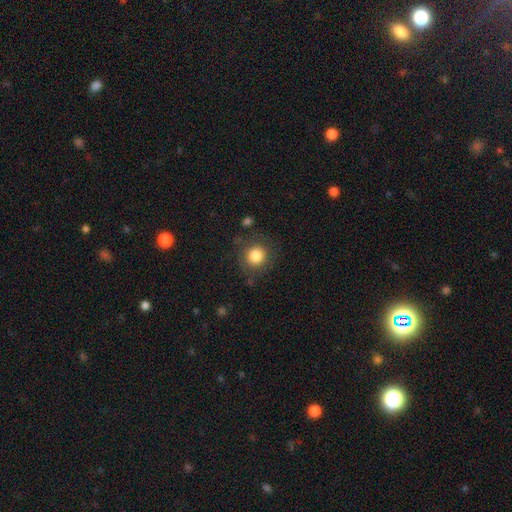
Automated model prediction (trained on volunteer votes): This is clearly a smooth galaxy (82%). How rounded: clearly round (91%). Merging: clearly none (81%).